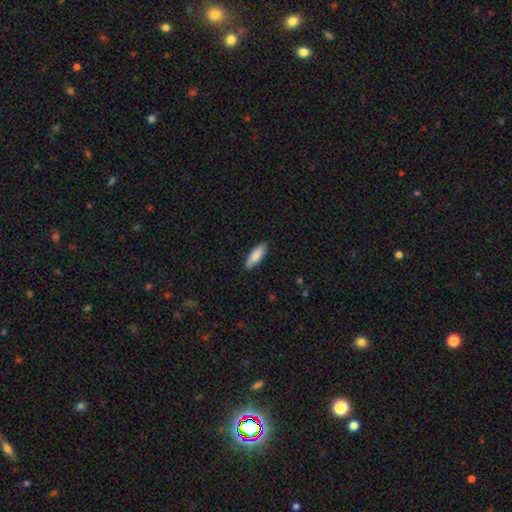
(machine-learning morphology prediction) This appears to be a smooth galaxy with no disk features (85%) that is in between round and cigar-shaped (61%). Merging: none (88%).